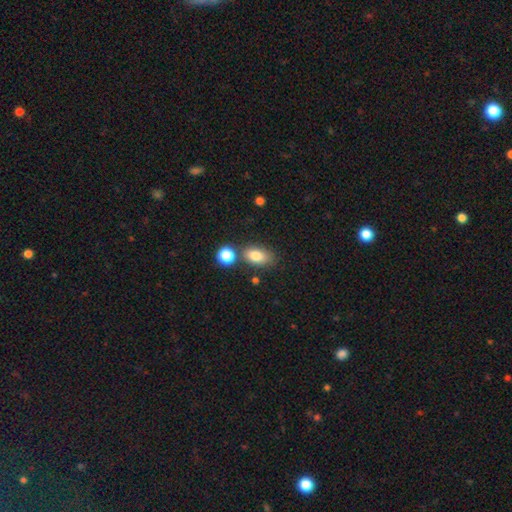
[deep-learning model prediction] Q: Smooth or featured?
A: smooth (81%); runner-up: featured or disk (9%)
Q: How rounded?
A: in between (85%); runner-up: round (11%)
Q: Merging?
A: none (64%); runner-up: merger (16%)